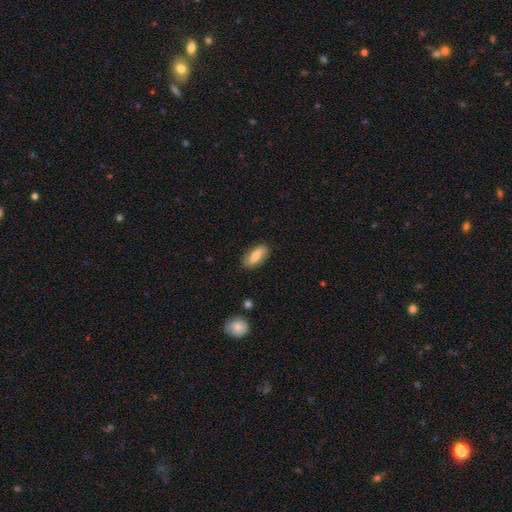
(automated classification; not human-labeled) A smooth galaxy with no disk features (57%) that is in between round and cigar-shaped (80%).

Vote fractions:
- Smooth or featured? smooth: 57% / featured or disk: 36% / star or artifact: 7%
- How rounded? in between: 80% / cigar-shaped: 16% / round: 4%
- Merging? none: 84% / minor disturbance: 12% / major disturbance: 3% / merger: 1%